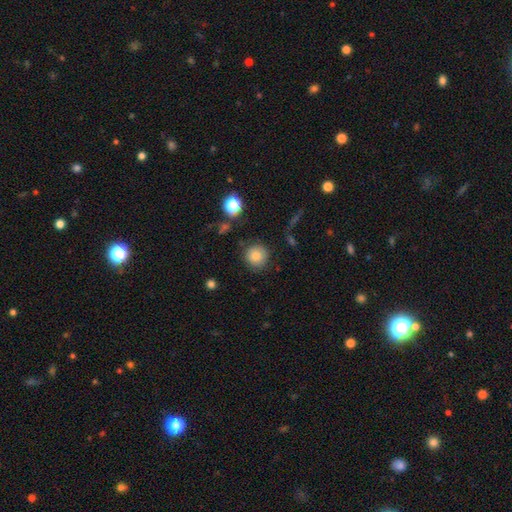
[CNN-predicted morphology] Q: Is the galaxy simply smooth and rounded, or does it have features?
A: smooth — 81%.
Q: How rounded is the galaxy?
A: round — 93%.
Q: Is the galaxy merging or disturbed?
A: none — 86%.